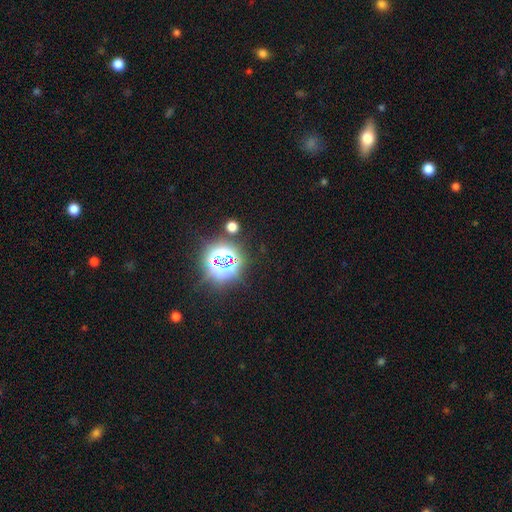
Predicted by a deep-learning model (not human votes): Morphology: type=star or artifact (79%).